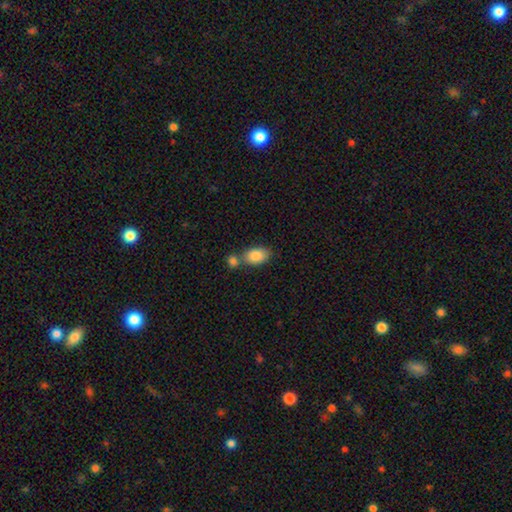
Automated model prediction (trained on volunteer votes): This is clearly a smooth galaxy (85%). How rounded: clearly in between (89%). Merging: possibly none (52%).